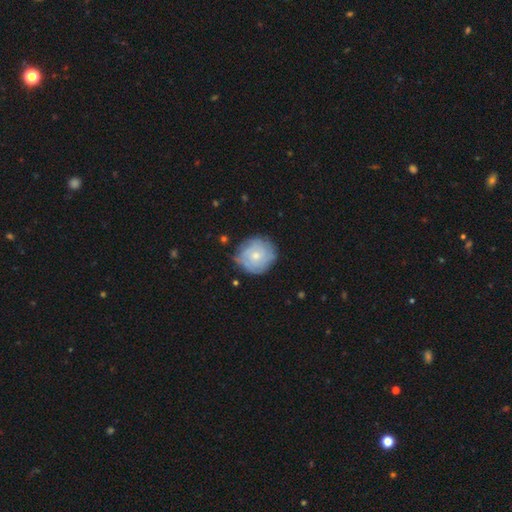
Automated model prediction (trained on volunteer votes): Smooth or featured?
  - featured or disk: 51% *
  - smooth: 42%
  - star or artifact: 6%
Edge-on disk?
  - no: 97% *
  - yes: 3%
Merging?
  - none: 76% *
  - minor disturbance: 18%
  - major disturbance: 5%
  - merger: 2%